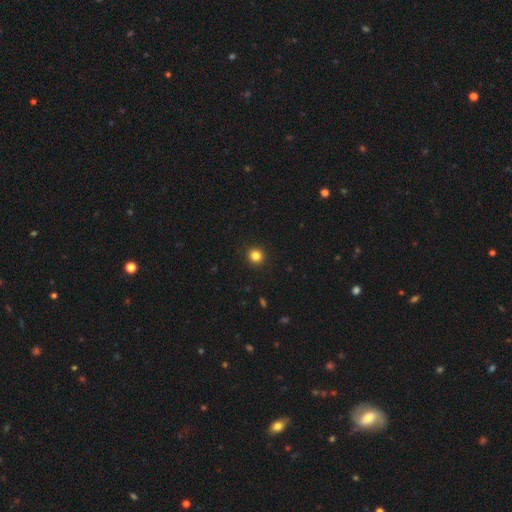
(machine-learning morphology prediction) This is clearly a smooth galaxy (83%). How rounded: clearly round (94%). Merging: clearly none (93%).